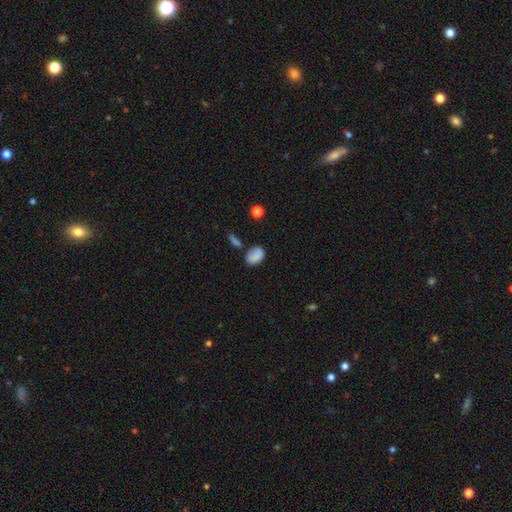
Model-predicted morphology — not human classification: Q: Smooth or featured?
A: smooth (81%); runner-up: star or artifact (10%)
Q: How rounded?
A: in between (80%); runner-up: round (18%)
Q: Merging?
A: none (62%); runner-up: minor disturbance (21%)